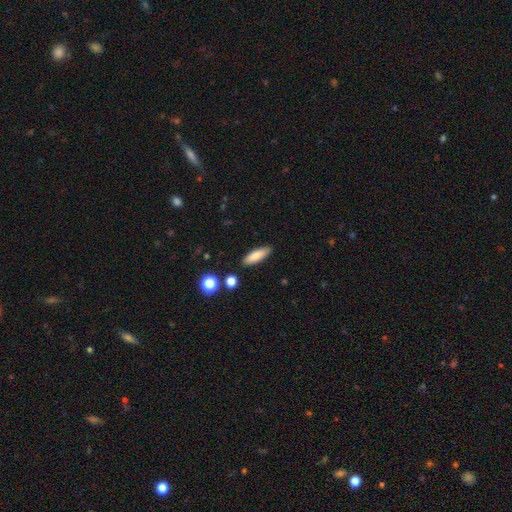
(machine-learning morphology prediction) smooth-or-featured: smooth: 80% | featured or disk: 13% | star or artifact: 7%
  how-rounded: in between: 50% | cigar-shaped: 48% | round: 2%
  merging: none: 87% | minor disturbance: 9% | merger: 2% | major disturbance: 2%